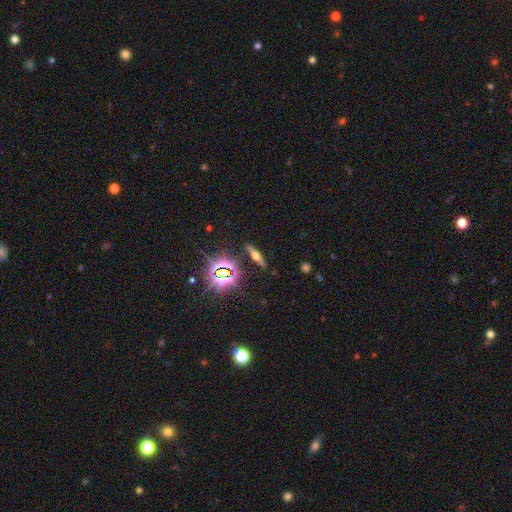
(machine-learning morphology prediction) A featured or disk galaxy (49%). Merging: none (87%).